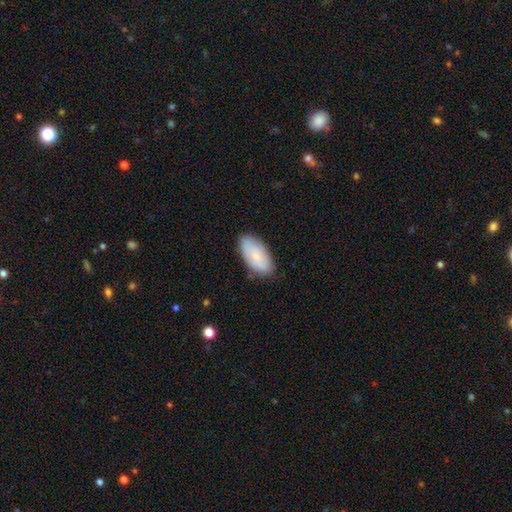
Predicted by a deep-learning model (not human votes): Smooth or featured? Predicted: smooth (p=0.70). How rounded? Predicted: in between (p=0.94). Merging? Predicted: none (p=0.81).